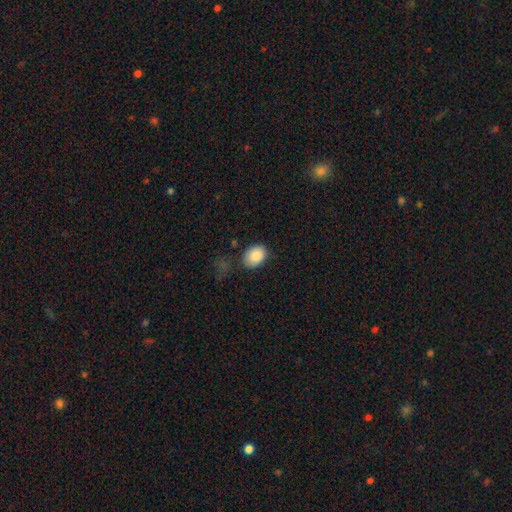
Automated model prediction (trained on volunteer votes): smooth_or_featured: smooth (p=0.87) [alt: star or artifact p=0.07]
how_rounded: in between (p=0.76) [alt: round p=0.23]
merging: none (p=0.75) [alt: minor disturbance p=0.17]